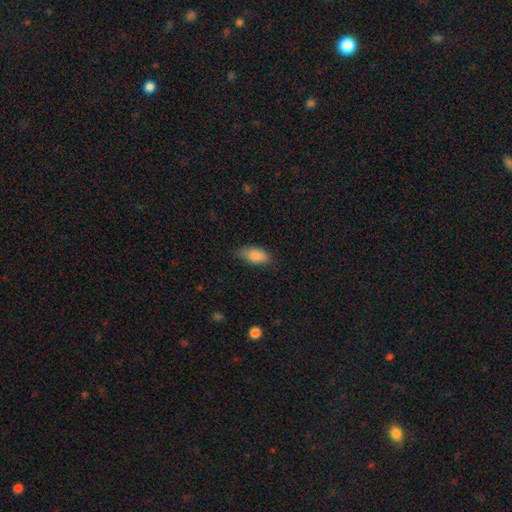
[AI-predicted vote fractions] A smooth galaxy with no disk features (88%) that is in between round and cigar-shaped (90%). Merging: none (73%).